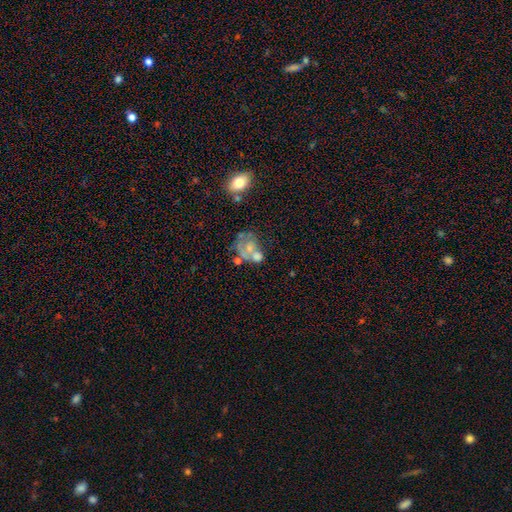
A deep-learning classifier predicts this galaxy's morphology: This is possibly a featured or disk galaxy (51%). It is clearly not viewed edge-on (98%). Merging: marginally merger (34%).